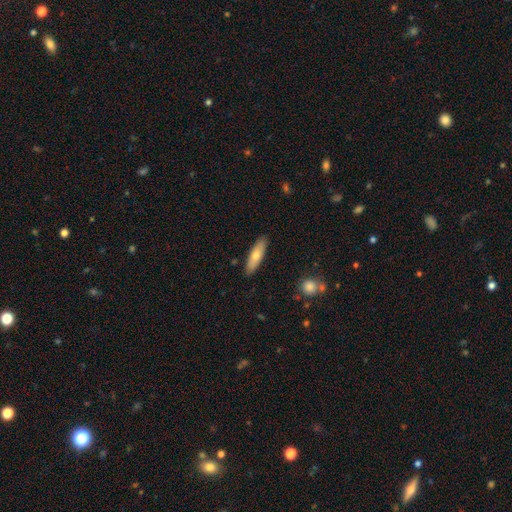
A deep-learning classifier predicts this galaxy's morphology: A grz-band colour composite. It shows a smooth galaxy with no disk features (69%) that is cigar-shaped (63%). Merging: none (88%).